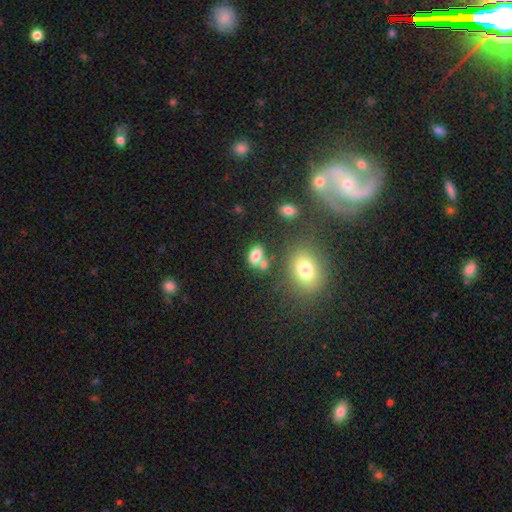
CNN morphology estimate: Smooth or featured?
  - smooth: 79% *
  - star or artifact: 11%
  - featured or disk: 10%
How rounded?
  - in between: 81% *
  - round: 17%
  - cigar-shaped: 2%
Merging?
  - none: 46% *
  - merger: 34%
  - minor disturbance: 13%
  - major disturbance: 6%